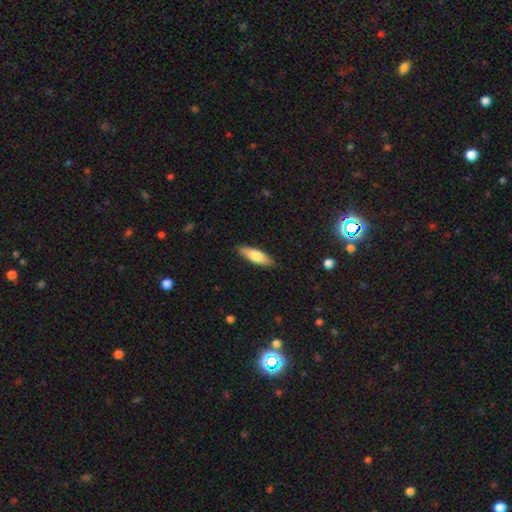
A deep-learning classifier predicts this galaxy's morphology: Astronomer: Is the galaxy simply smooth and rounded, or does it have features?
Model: smooth — 70%.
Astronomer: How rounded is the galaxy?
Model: cigar-shaped — 53% (runner-up: in between, 45%).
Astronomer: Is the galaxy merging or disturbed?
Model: none — 88%.